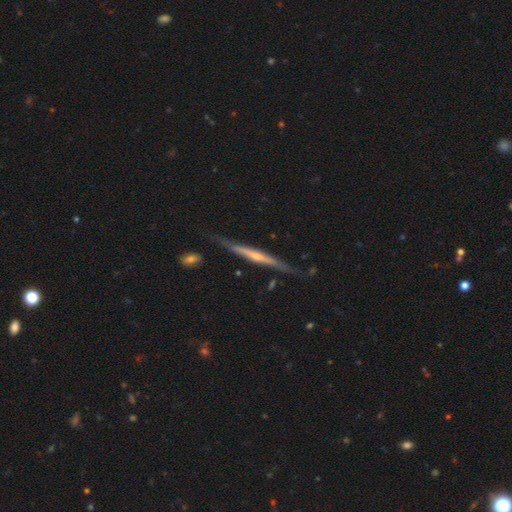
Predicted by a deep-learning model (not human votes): A featured or disk galaxy (79%) viewed edge-on (96%) with a rounded central bulge (64%). Merging: none (82%).